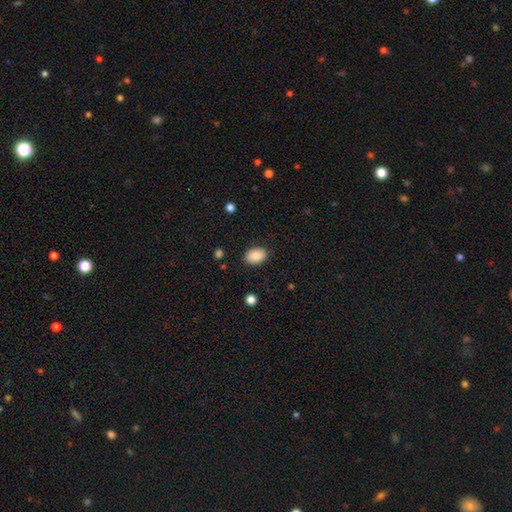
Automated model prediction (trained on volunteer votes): This appears to be a smooth galaxy with no disk features (88%) that is in between round and cigar-shaped (85%). Merging: none (87%).